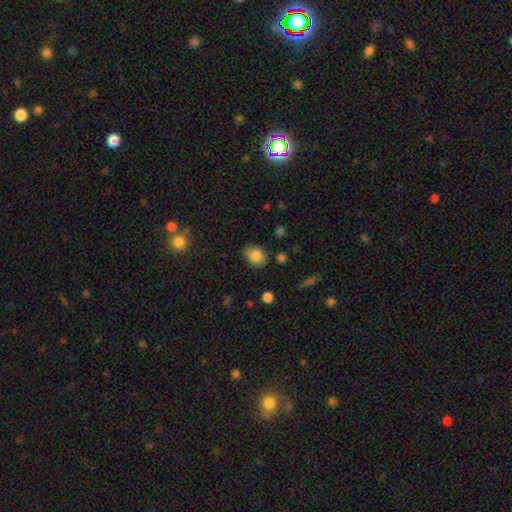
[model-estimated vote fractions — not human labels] This is clearly a smooth galaxy (83%). How rounded: possibly round (55%). Merging: clearly none (81%).